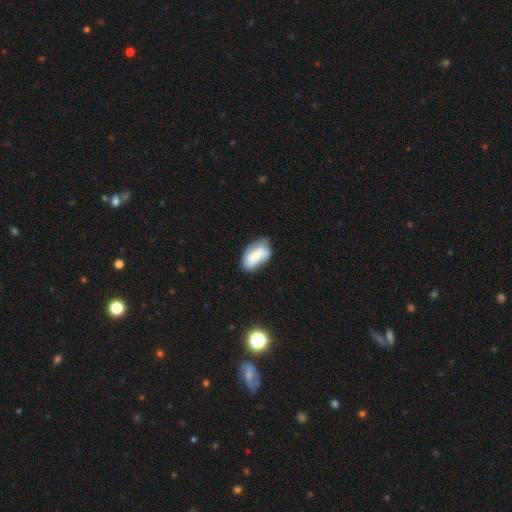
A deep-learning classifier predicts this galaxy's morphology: A smooth galaxy with no disk features (49%).

Vote fractions:
- Smooth or featured? smooth: 49% / featured or disk: 44% / star or artifact: 7%
- Merging? none: 59% / minor disturbance: 30% / major disturbance: 8% / merger: 3%